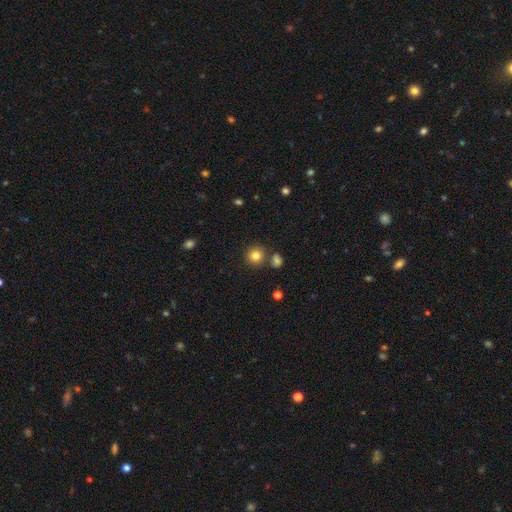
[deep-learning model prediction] smooth-or-featured: smooth: 82% | star or artifact: 12% | featured or disk: 6%
  how-rounded: round: 89% | in between: 10% | cigar-shaped: 1%
  merging: none: 78% | merger: 11% | minor disturbance: 9% | major disturbance: 3%